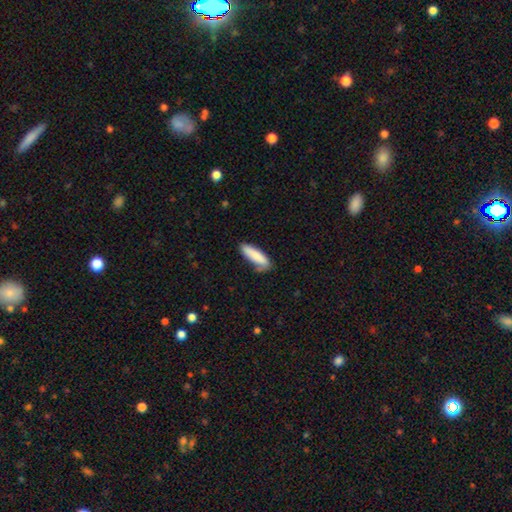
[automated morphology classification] Q: Smooth or featured?
A: smooth (85%); runner-up: featured or disk (9%)
Q: How rounded?
A: cigar-shaped (60%); runner-up: in between (38%)
Q: Merging?
A: none (70%); runner-up: minor disturbance (22%)